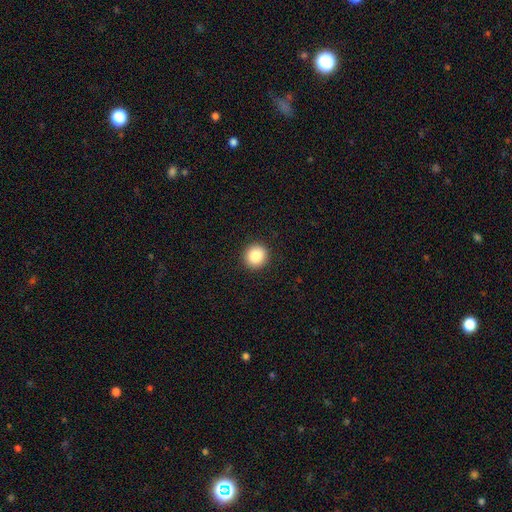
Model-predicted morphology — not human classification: Q: Smooth or featured?
A: smooth (87%); runner-up: star or artifact (9%)
Q: How rounded?
A: round (91%); runner-up: in between (8%)
Q: Merging?
A: none (92%); runner-up: minor disturbance (5%)